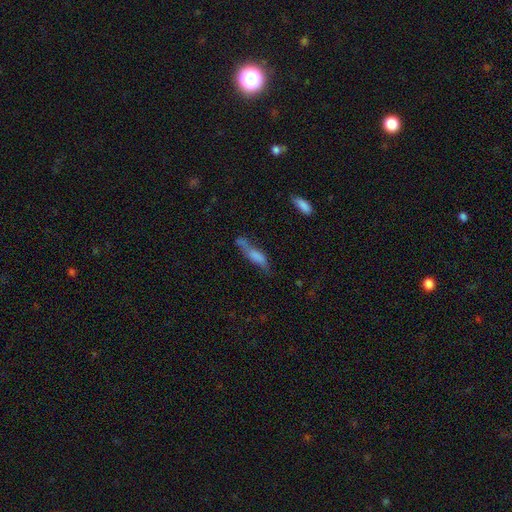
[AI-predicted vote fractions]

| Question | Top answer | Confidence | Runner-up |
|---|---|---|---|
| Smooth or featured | smooth | 62% | featured or disk (28%) |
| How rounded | cigar-shaped | 65% | in between (32%) |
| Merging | none | 41% | minor disturbance (26%) |